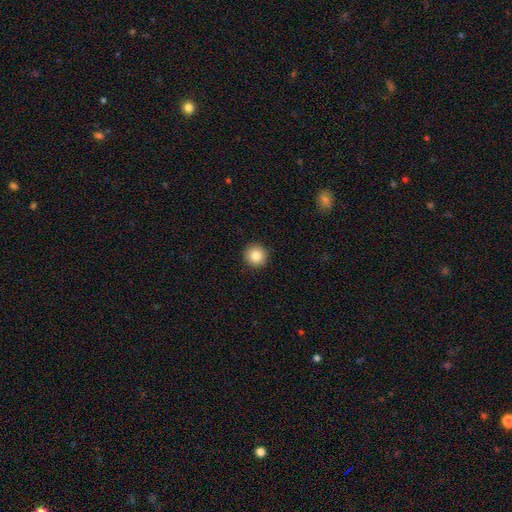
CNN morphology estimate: A smooth galaxy with no disk features (84%) that is round (94%).

Vote fractions:
- Smooth or featured? smooth: 84% / star or artifact: 10% / featured or disk: 6%
- How rounded? round: 94% / in between: 5% / cigar-shaped: 1%
- Merging? none: 93% / minor disturbance: 5% / major disturbance: 2% / merger: 1%